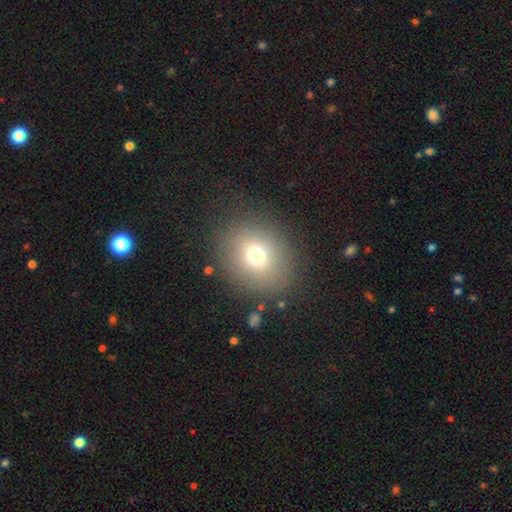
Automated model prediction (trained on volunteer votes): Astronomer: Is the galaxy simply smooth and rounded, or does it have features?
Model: smooth — 72%.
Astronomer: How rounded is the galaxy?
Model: round — 69%.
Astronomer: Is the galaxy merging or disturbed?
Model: none — 84%.